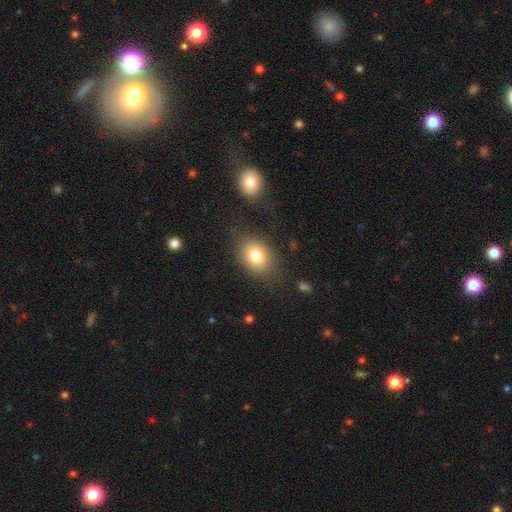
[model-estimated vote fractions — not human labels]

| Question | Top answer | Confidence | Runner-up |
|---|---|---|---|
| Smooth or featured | smooth | 80% | featured or disk (11%) |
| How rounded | in between | 61% | round (37%) |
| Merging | none | 75% | minor disturbance (15%) |